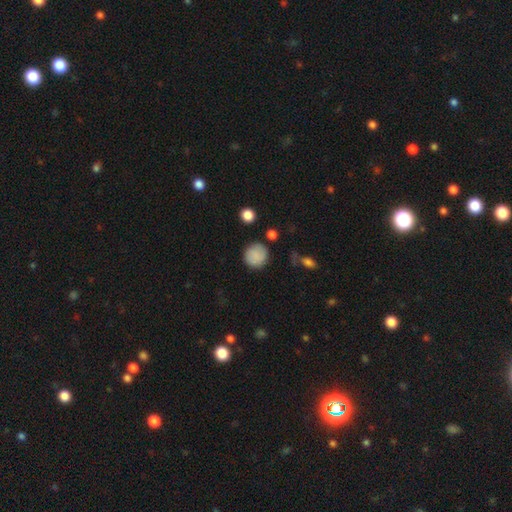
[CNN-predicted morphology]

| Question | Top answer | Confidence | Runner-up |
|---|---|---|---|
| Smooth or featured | smooth | 87% | star or artifact (8%) |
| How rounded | round | 92% | in between (7%) |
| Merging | none | 85% | minor disturbance (10%) |